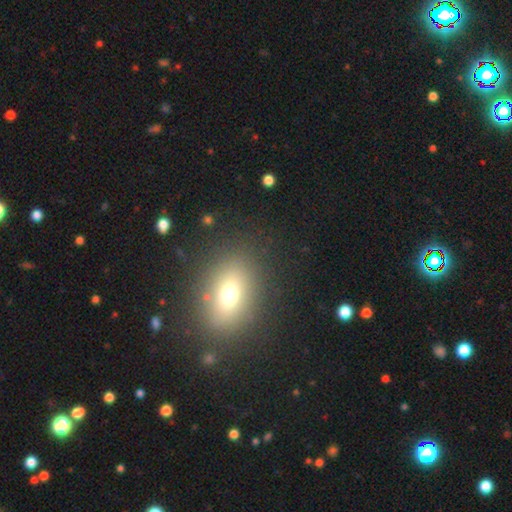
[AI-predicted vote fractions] A smooth galaxy with no disk features (59%) that is in between round and cigar-shaped (76%). Merging: none (87%).